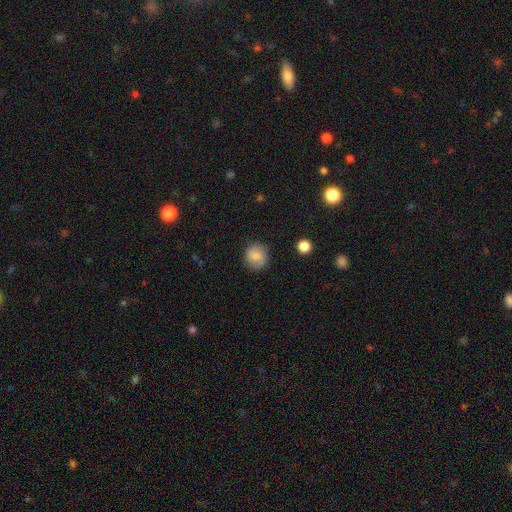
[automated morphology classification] Smooth or featured: smooth — 80% (featured or disk — 11%)
How rounded: round — 87% (in between — 12%)
Merging: none — 83% (minor disturbance — 12%)